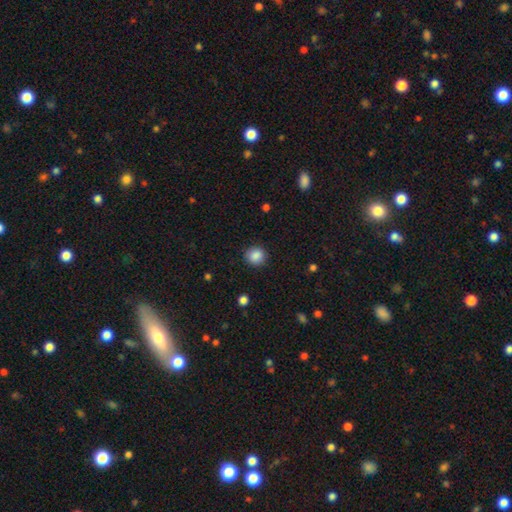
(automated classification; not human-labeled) smooth-or-featured: smooth: 88% | star or artifact: 9% | featured or disk: 3%
  how-rounded: round: 90% | in between: 9% | cigar-shaped: 1%
  merging: none: 90% | minor disturbance: 7% | major disturbance: 2% | merger: 1%